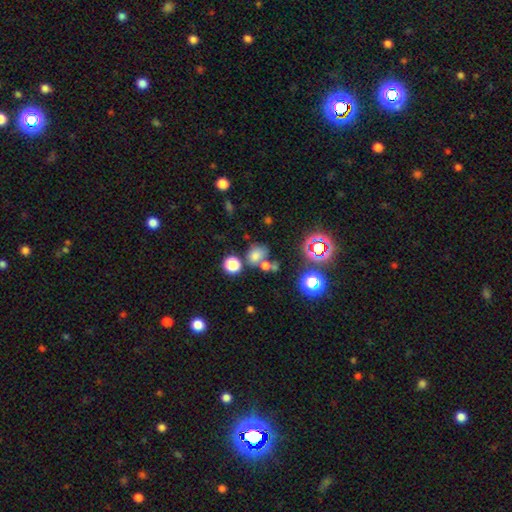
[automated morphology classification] Smooth or featured: smooth — 68% (star or artifact — 22%)
How rounded: in between — 51% (round — 48%)
Merging: none — 50% (merger — 30%)